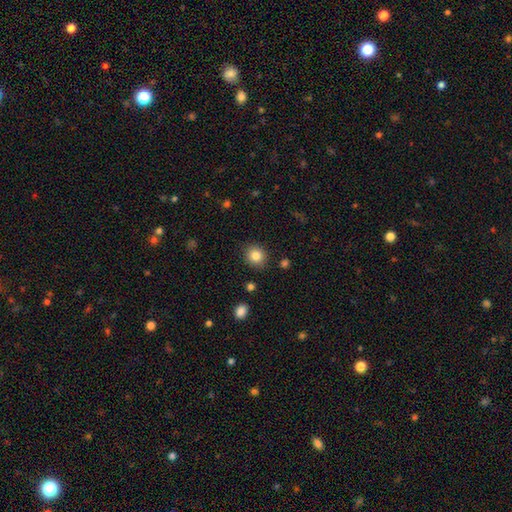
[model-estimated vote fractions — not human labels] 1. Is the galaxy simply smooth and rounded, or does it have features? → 84% smooth, 10% star or artifact, 6% featured or disk.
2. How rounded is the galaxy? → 82% round, 17% in between, 1% cigar-shaped.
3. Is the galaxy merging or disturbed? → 87% none, 8% minor disturbance, 3% major disturbance, 2% merger.